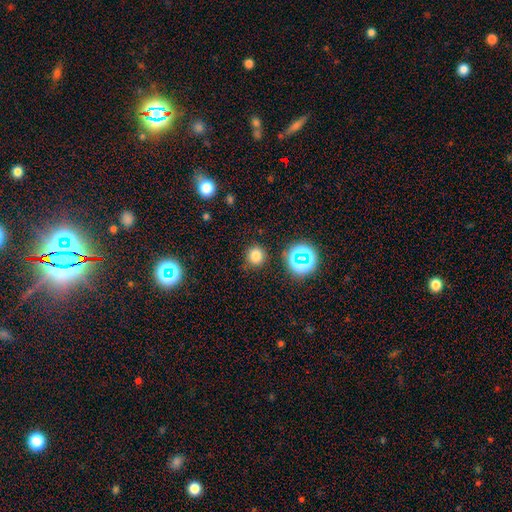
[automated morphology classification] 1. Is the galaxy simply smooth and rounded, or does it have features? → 74% smooth, 20% star or artifact, 6% featured or disk.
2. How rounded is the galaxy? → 90% round, 9% in between, 1% cigar-shaped.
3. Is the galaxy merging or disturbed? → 87% none, 8% minor disturbance, 3% major disturbance, 2% merger.